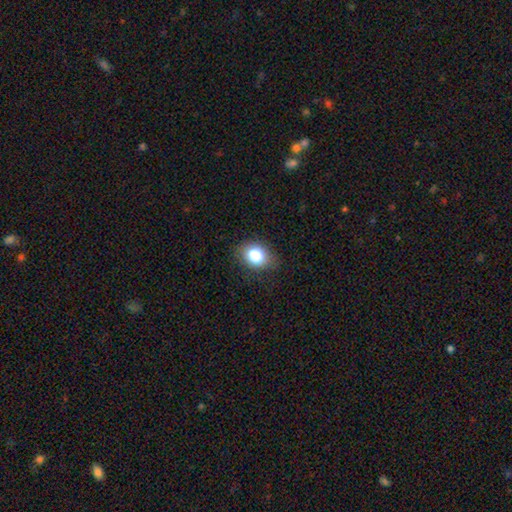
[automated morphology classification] Smooth or featured: smooth — 84% (star or artifact — 9%)
How rounded: in between — 65% (round — 34%)
Merging: none — 80% (minor disturbance — 15%)